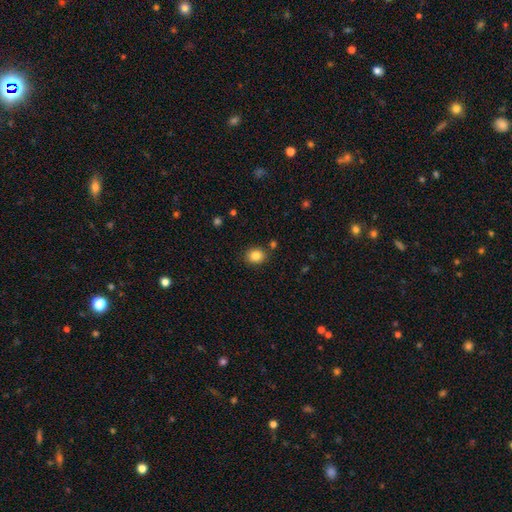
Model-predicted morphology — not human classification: Smooth or featured: smooth — 84% (star or artifact — 10%)
How rounded: round — 59% (in between — 40%)
Merging: none — 83% (minor disturbance — 10%)